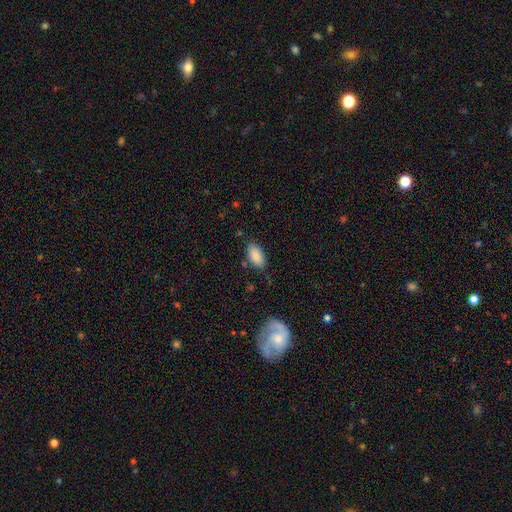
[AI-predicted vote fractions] Smooth or featured? Predicted: smooth (p=0.88). How rounded? Predicted: in between (p=0.93). Merging? Predicted: none (p=0.79).